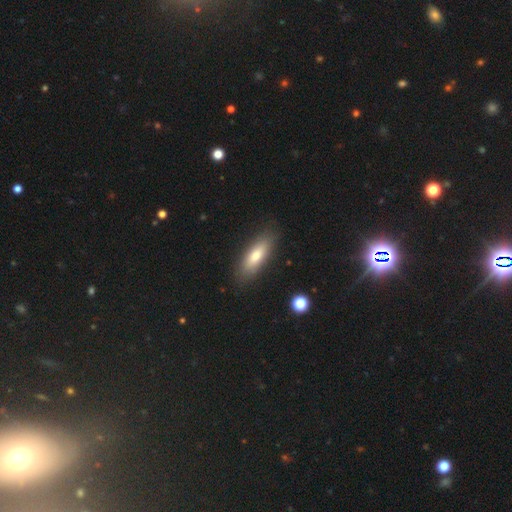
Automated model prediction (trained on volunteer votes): Overall: smooth (73%). How rounded: in between (60%; cigar-shaped 38%). Merging: none (85%).